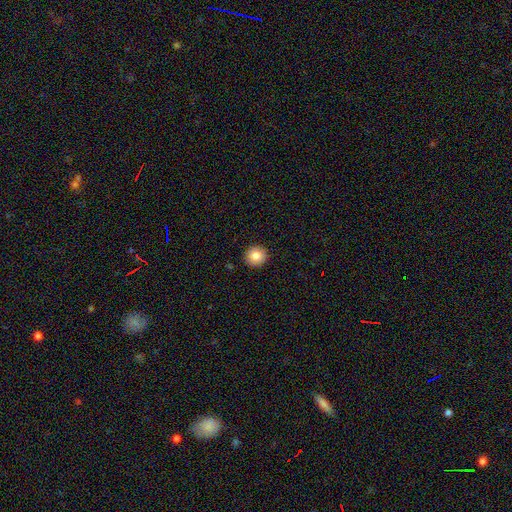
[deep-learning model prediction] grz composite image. It shows a smooth galaxy with no disk features (84%) that is round (93%). Merging: none (93%).